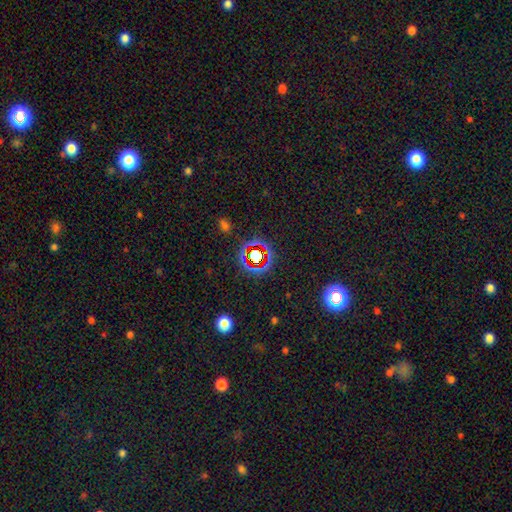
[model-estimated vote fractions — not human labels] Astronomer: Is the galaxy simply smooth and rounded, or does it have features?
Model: star or artifact — 69%.